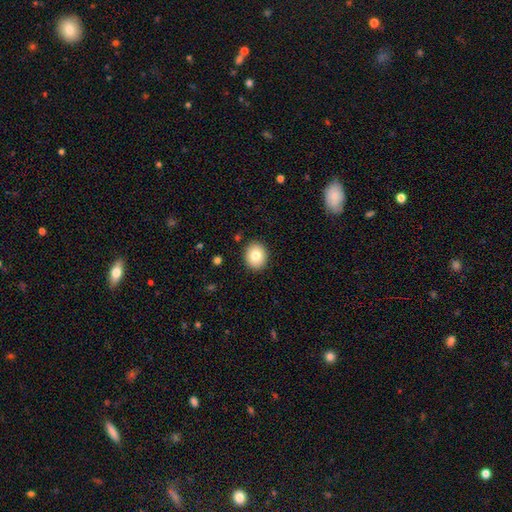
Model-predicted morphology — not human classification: A smooth galaxy with no disk features (80%) that is round (71%). Merging: none (90%).